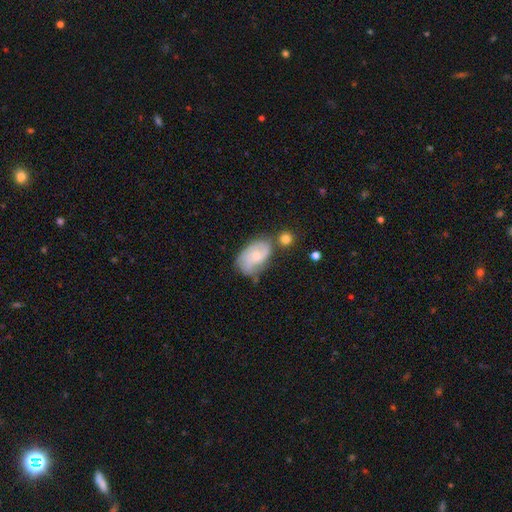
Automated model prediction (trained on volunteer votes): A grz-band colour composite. It shows a featured or disk galaxy (53%) with no bar (75%), spiral arms (76%) and a small central bulge (58%). Merging: none (45%).